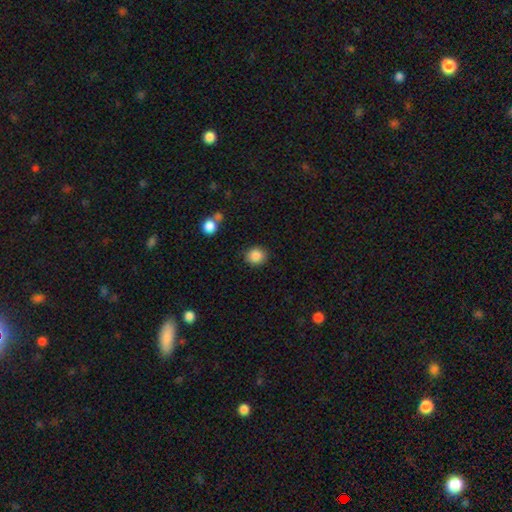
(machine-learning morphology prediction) type=smooth (87%); roundness=round (81%); merging=none (86%).